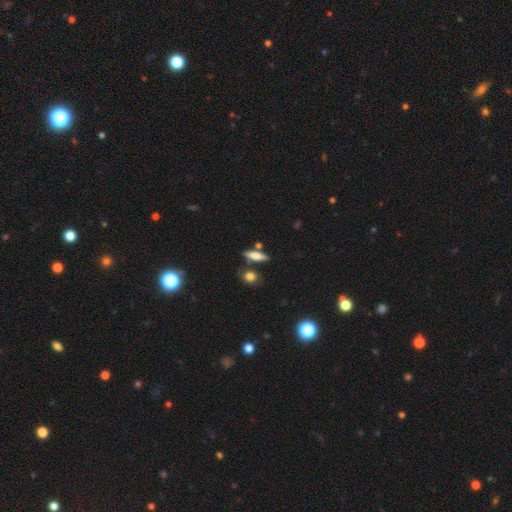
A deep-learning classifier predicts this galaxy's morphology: This is likely a smooth galaxy (67%). How rounded: possibly cigar-shaped (59%). Merging: likely none (71%).